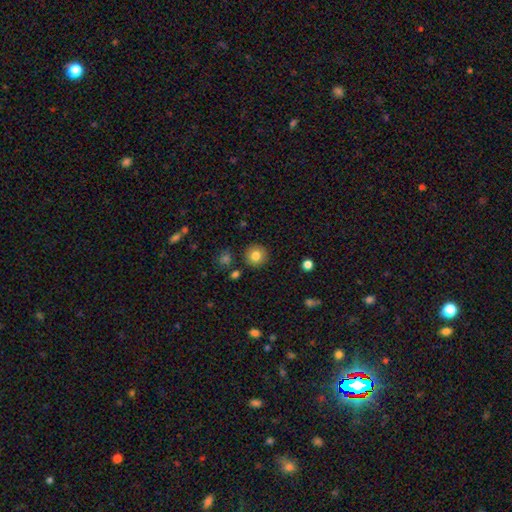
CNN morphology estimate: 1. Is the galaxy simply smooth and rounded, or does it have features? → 82% smooth, 10% star or artifact, 8% featured or disk.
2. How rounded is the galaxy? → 94% round, 5% in between, 1% cigar-shaped.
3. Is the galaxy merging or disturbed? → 90% none, 6% minor disturbance, 2% merger, 2% major disturbance.